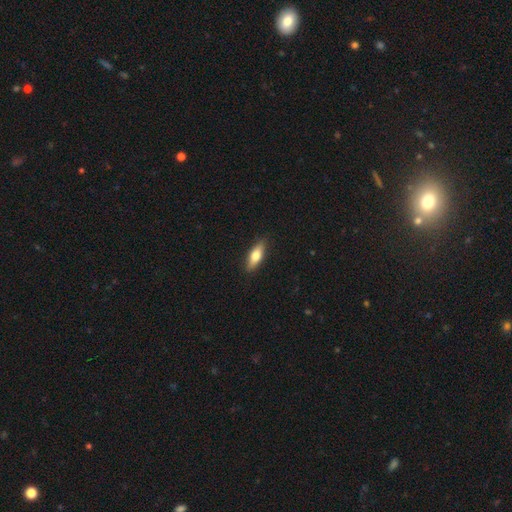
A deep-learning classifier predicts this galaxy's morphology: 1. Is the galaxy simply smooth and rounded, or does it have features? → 67% smooth, 27% featured or disk, 6% star or artifact.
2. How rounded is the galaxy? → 58% in between, 39% cigar-shaped, 3% round.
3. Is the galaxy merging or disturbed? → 89% none, 9% minor disturbance, 2% major disturbance, 1% merger.